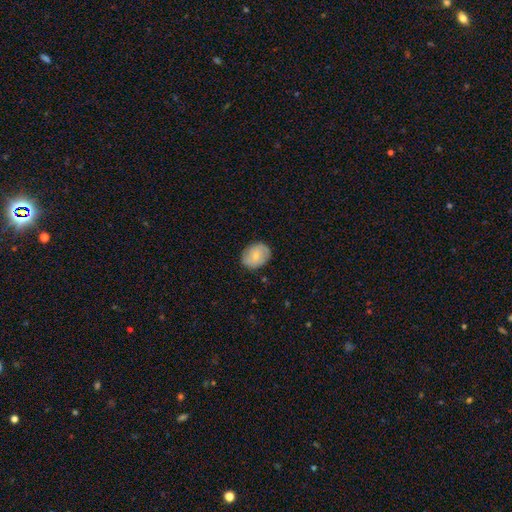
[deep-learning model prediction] This appears to be a smooth galaxy with no disk features (68%) that is in between round and cigar-shaped (54%). Merging: none (81%).